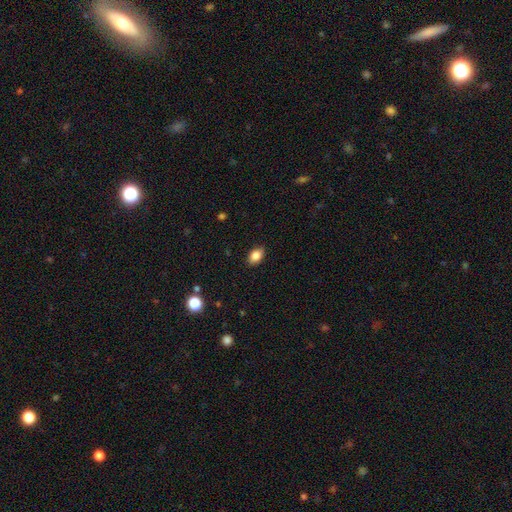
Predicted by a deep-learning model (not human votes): Q: Smooth or featured?
A: smooth (86%); runner-up: star or artifact (9%)
Q: How rounded?
A: in between (86%); runner-up: round (13%)
Q: Merging?
A: none (88%); runner-up: minor disturbance (9%)